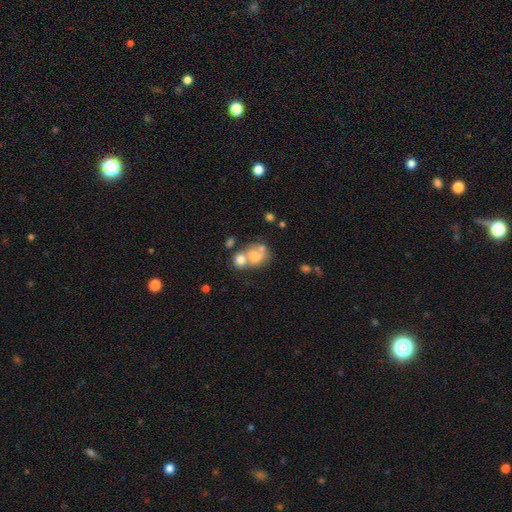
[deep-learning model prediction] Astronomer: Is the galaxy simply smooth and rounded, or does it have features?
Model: smooth — 59%.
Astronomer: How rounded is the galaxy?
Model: in between — 51% (runner-up: round, 48%).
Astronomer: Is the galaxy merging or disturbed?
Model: merger — 56%.